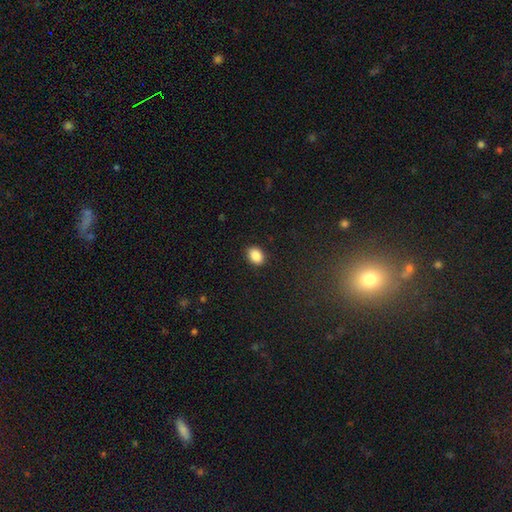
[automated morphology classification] The model was most divided on "how rounded": in between: 71%, round: 28%, cigar-shaped: 1%. More confident: merging — none (89%); smooth or featured — smooth (88%).